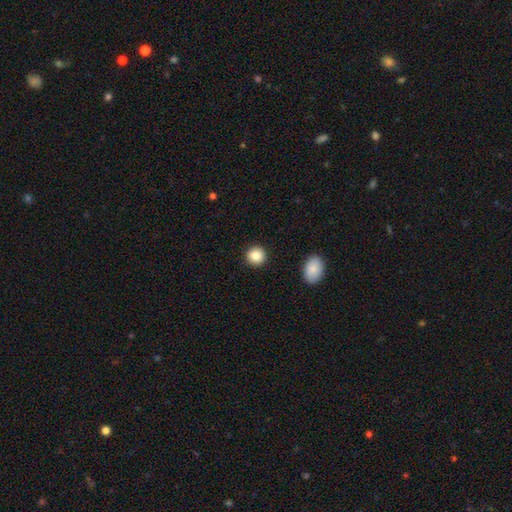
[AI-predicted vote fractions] smooth-or-featured: smooth: 87% | star or artifact: 9% | featured or disk: 5%
  how-rounded: round: 92% | in between: 7% | cigar-shaped: 1%
  merging: none: 92% | minor disturbance: 5% | major disturbance: 2% | merger: 2%